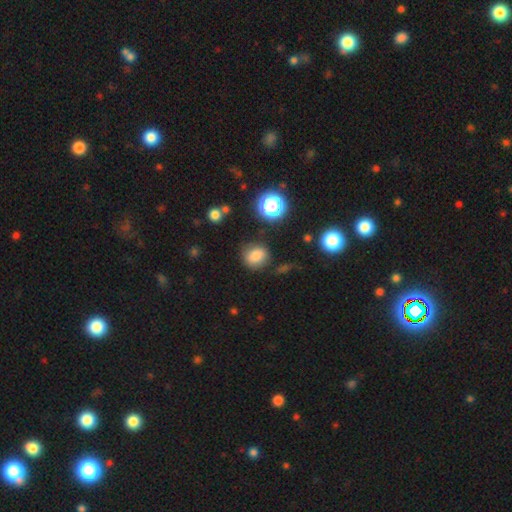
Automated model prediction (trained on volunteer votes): Overall: smooth (80%). How rounded: round (70%). Merging: none (78%).